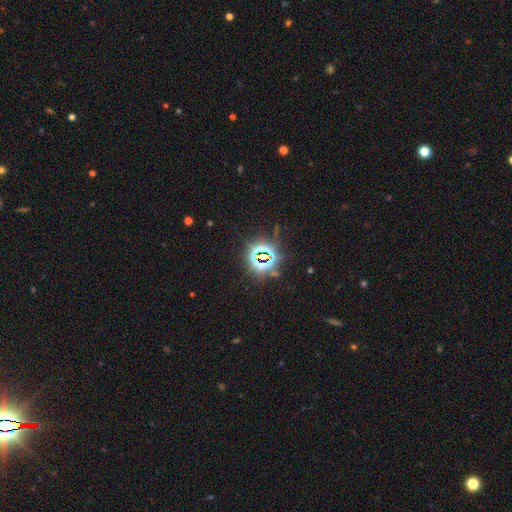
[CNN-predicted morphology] Smooth or featured?
  - star or artifact: 81% *
  - smooth: 12%
  - featured or disk: 8%